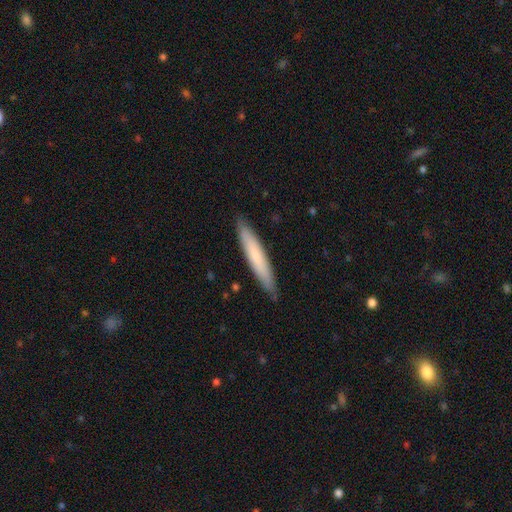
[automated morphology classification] smooth 67%, featured or disk 28%, star or artifact 5%. Down the decision tree: how rounded — cigar-shaped (92%); merging — none (88%).